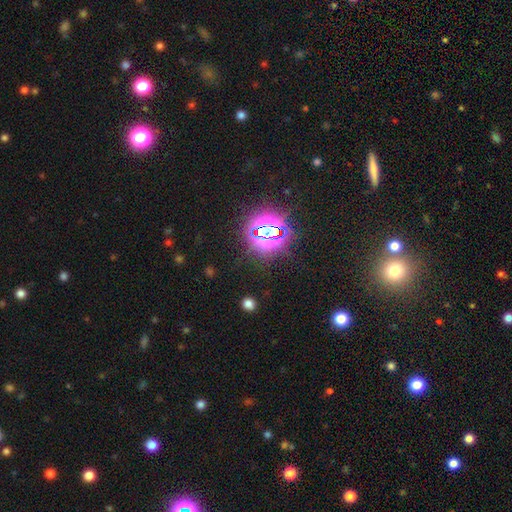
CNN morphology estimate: Q: Smooth or featured?
A: star or artifact (75%); runner-up: smooth (18%)